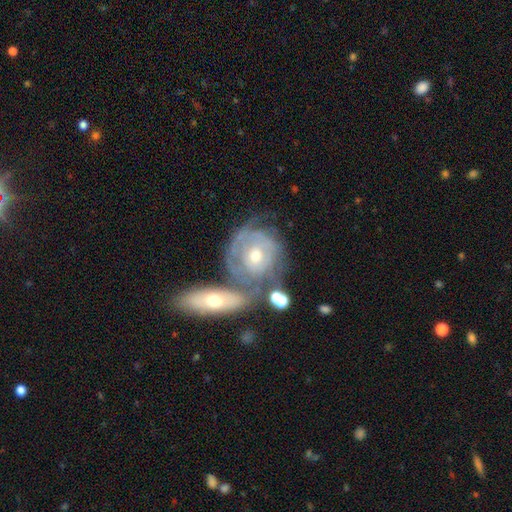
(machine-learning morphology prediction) Q: Smooth or featured?
A: featured or disk (75%); runner-up: smooth (19%)
Q: Edge-on disk?
A: no (95%); runner-up: yes (5%)
Q: Bar?
A: no (79%); runner-up: weak (17%)
Q: Spiral arms?
A: yes (79%); runner-up: no (21%)
Q: Spiral winding?
A: tight (73%); runner-up: medium (20%)
Q: Spiral arm count?
A: can't tell (52%); runner-up: 2 (22%)
Q: Bulge size?
A: moderate (52%); runner-up: small (43%)
Q: Merging?
A: merger (38%); runner-up: none (36%)